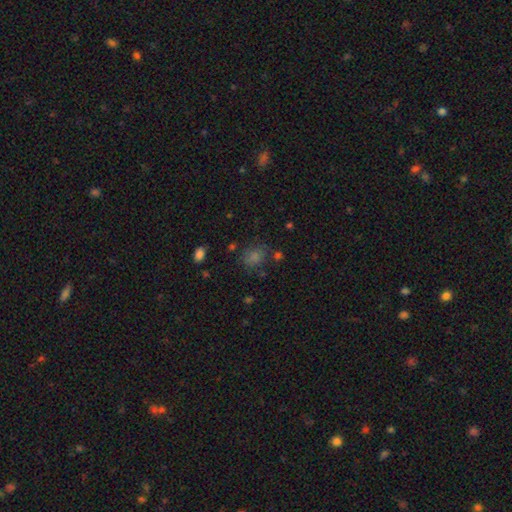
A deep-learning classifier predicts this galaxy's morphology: This appears to be a smooth galaxy with no disk features (59%) that is round (67%). Merging: none (76%).